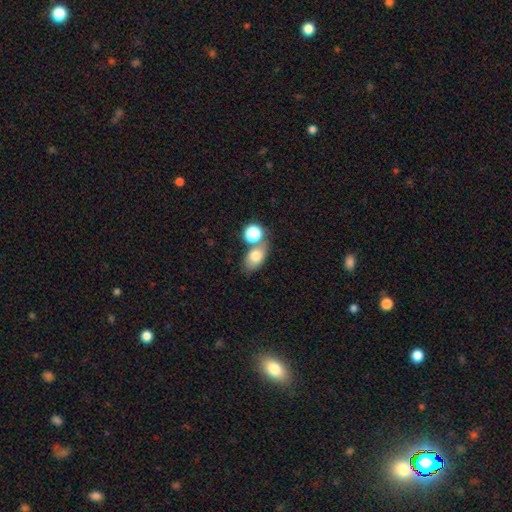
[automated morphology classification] Smooth or featured? smooth (76%)
How rounded? in between (76%)
Merging? none (51%)